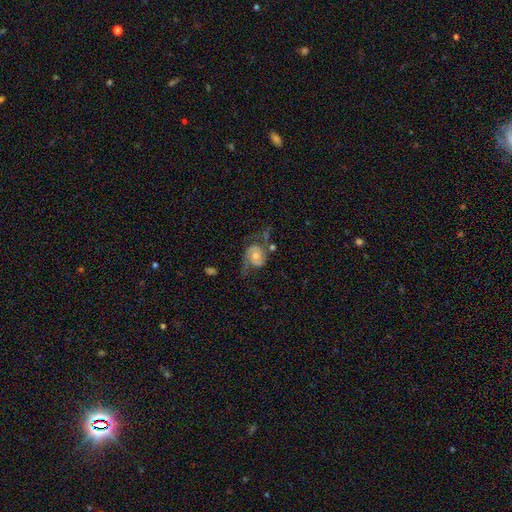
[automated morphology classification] Smooth or featured? Predicted: featured or disk (p=0.74). Edge-on disk? Predicted: no (p=0.97). Bar? Predicted: no (p=0.70). Spiral arms? Predicted: yes (p=0.92). Spiral winding? Predicted: medium (p=0.43). Spiral arm count? Predicted: 2 (p=0.85). Bulge size? Predicted: moderate (p=0.53). Merging? Predicted: none (p=0.48).